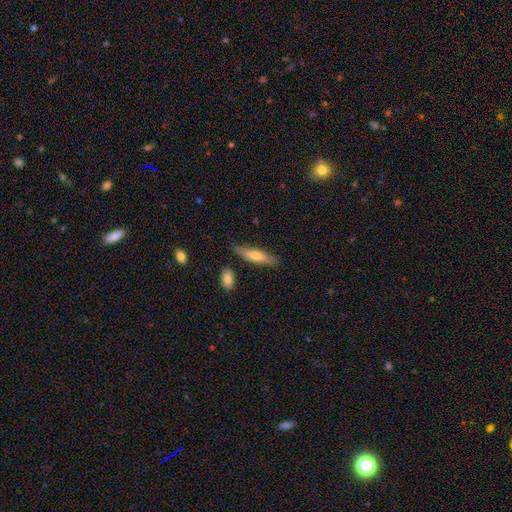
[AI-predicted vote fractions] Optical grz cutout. It shows a smooth galaxy with no disk features (64%) that is cigar-shaped (76%). Merging: none (79%).